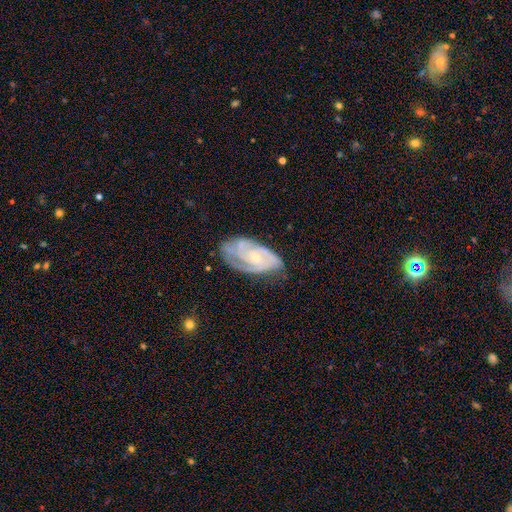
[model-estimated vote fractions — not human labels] Smooth or featured? featured or disk (75%)
Edge-on disk? no (94%)
Bar? no (62%)
Spiral arms? yes (93%)
Spiral winding? tight (64%)
Spiral arm count? 2 (32%)
Bulge size? small (68%)
Merging? none (75%)